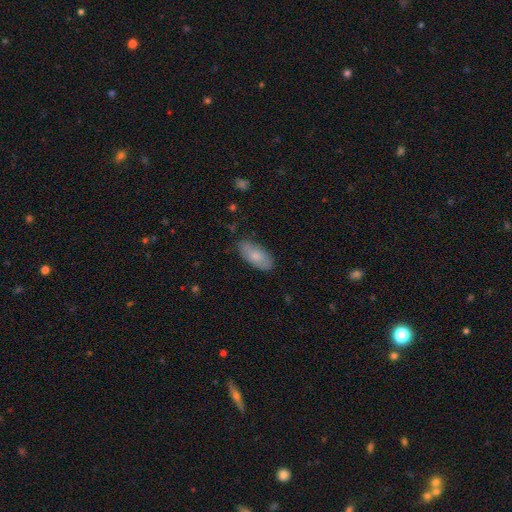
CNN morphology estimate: smooth-or-featured: smooth: 77% | featured or disk: 17% | star or artifact: 6%
  how-rounded: in between: 91% | cigar-shaped: 7% | round: 2%
  merging: none: 82% | minor disturbance: 15% | major disturbance: 3% | merger: 1%